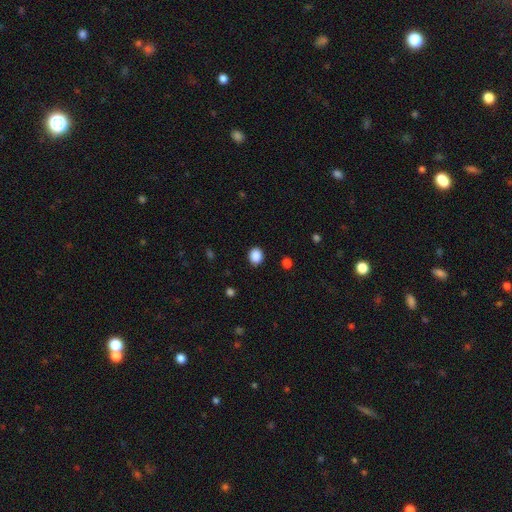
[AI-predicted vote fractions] Overall: smooth (88%). How rounded: round (66%; in between 33%). Merging: none (89%).